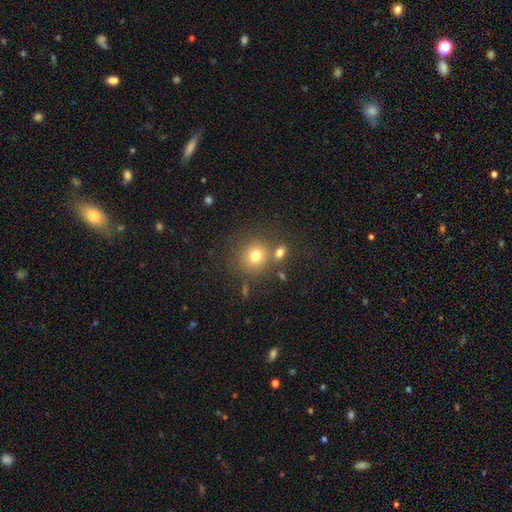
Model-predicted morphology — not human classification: smooth_or_featured: smooth (p=0.75) [alt: star or artifact p=0.14]
how_rounded: round (p=0.86) [alt: in between p=0.13]
merging: none (p=0.68) [alt: merger p=0.18]